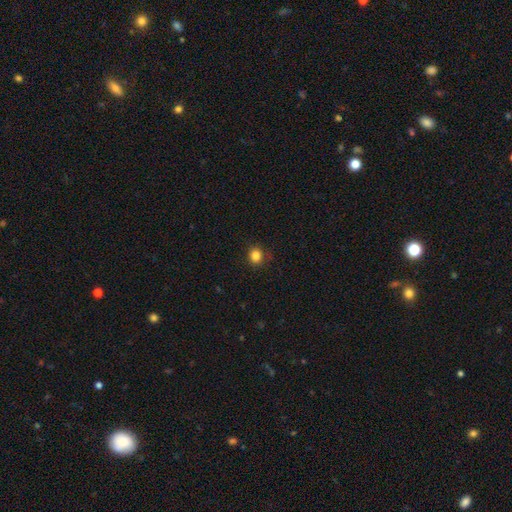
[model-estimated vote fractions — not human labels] Overall: smooth (84%). How rounded: round (80%). Merging: none (86%).